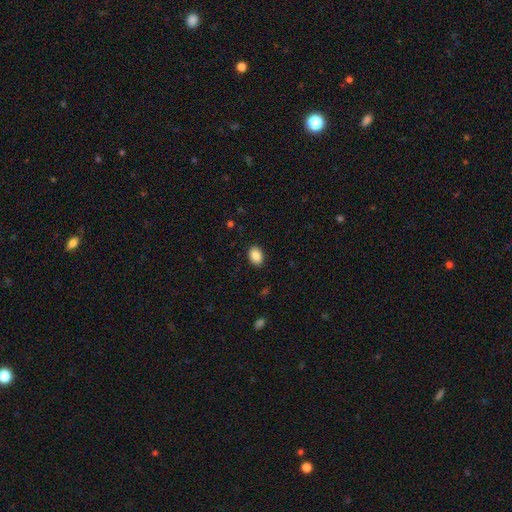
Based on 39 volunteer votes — This is clearly a smooth galaxy (97%). How rounded: likely in between (68%). Merging: clearly none (95%).